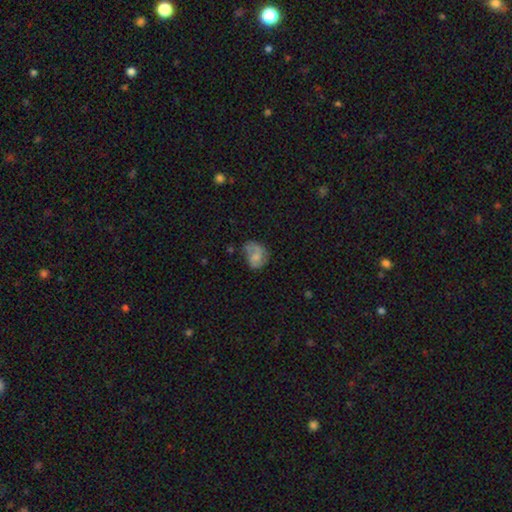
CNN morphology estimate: This is possibly a smooth galaxy (49%). Merging: marginally none (40%).